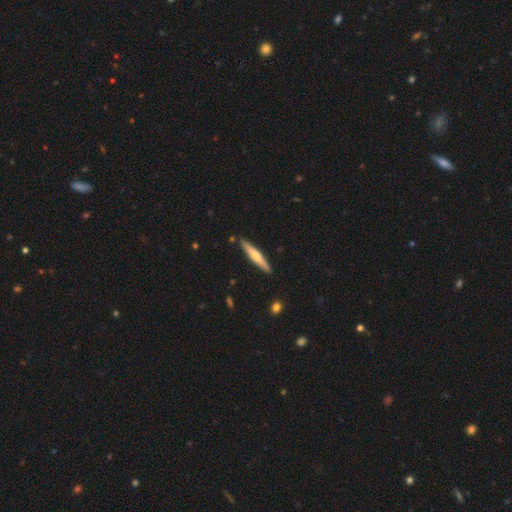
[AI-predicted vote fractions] This appears to be a featured or disk galaxy (49%). Merging: none (90%).